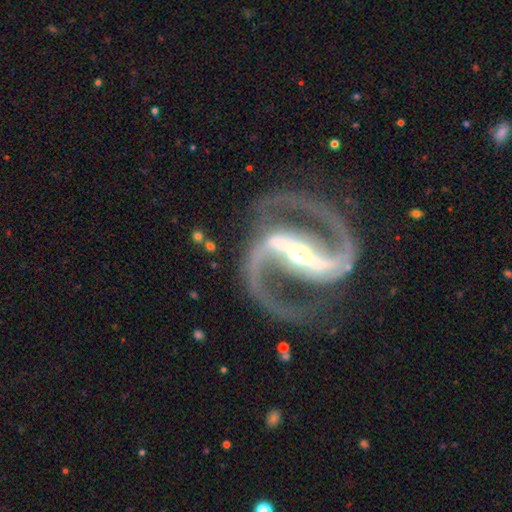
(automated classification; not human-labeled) Overall: featured or disk (94%). Edge-on disk: no (97%). Bar: strong (83%). Spiral arms: yes (99%). Spiral arm count: 2 (95%). Spiral winding: medium (67%). Bulge size: small (62%; moderate 32%). Merging: none (82%).